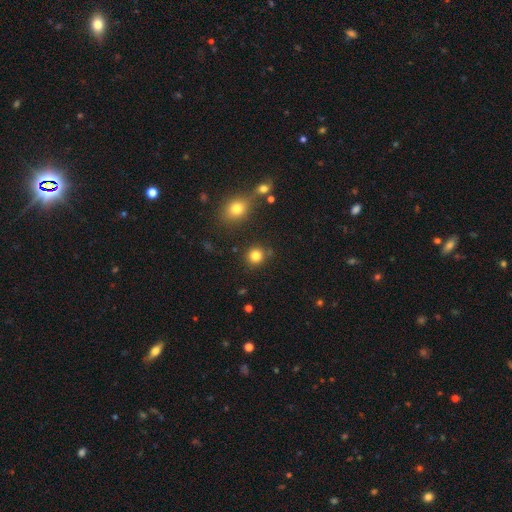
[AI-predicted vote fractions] A smooth galaxy with no disk features (82%) that is round (86%).

Vote fractions:
- Smooth or featured? smooth: 82% / star or artifact: 13% / featured or disk: 5%
- How rounded? round: 86% / in between: 13% / cigar-shaped: 1%
- Merging? none: 83% / minor disturbance: 9% / merger: 5% / major disturbance: 3%